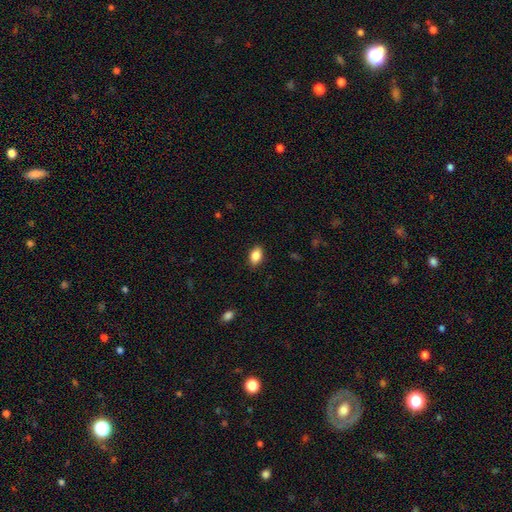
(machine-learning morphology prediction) Overall: smooth (86%). How rounded: in between (89%). Merging: none (88%).